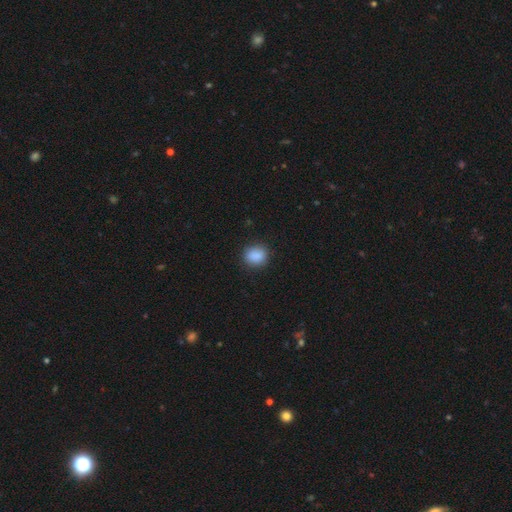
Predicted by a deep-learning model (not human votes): The model was most divided on "how rounded": round: 67%, in between: 31%, cigar-shaped: 1%. More confident: smooth or featured — smooth (88%); merging — none (87%).